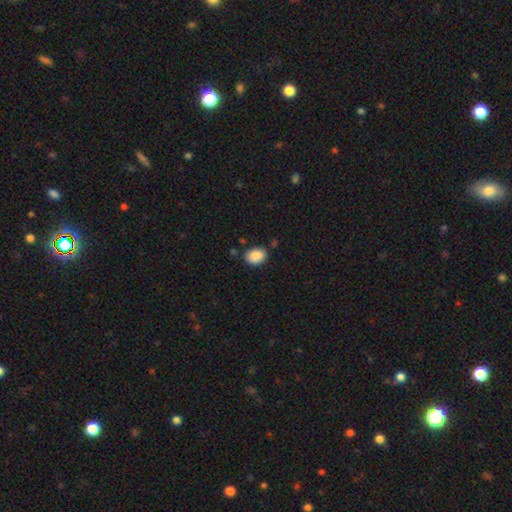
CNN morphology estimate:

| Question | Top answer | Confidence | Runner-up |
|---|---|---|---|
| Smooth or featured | smooth | 89% | star or artifact (8%) |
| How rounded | in between | 72% | round (27%) |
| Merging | none | 81% | minor disturbance (13%) |